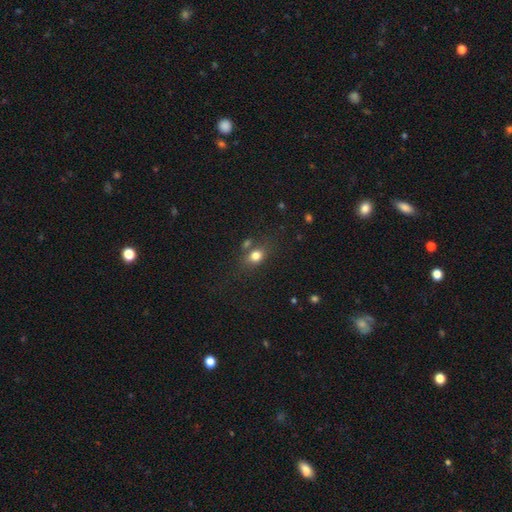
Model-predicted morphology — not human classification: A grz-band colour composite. It shows a smooth galaxy with no disk features (78%) that is in between round and cigar-shaped (57%). Merging: none (65%).